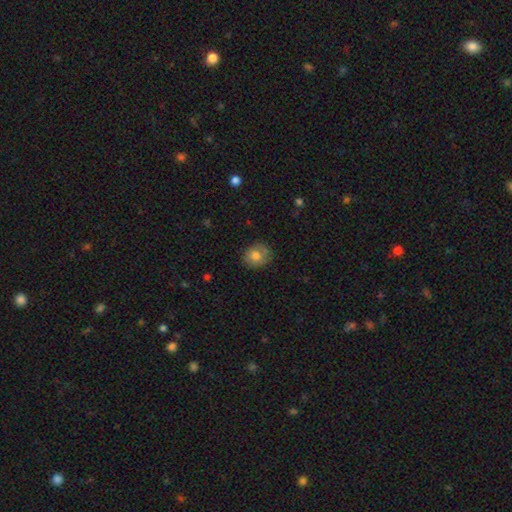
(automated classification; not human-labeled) The model was most divided on "how rounded": round: 72%, in between: 27%, cigar-shaped: 1%. More confident: merging — none (75%); smooth or featured — smooth (75%).